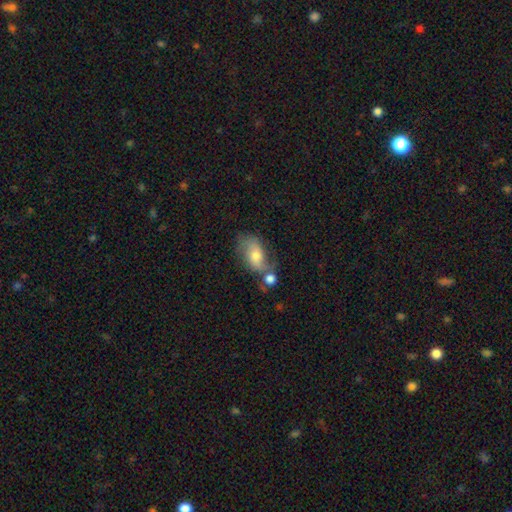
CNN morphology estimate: Overall: smooth (51%; featured or disk 40%). How rounded: in between (87%). Merging: none (40%; merger 27%).